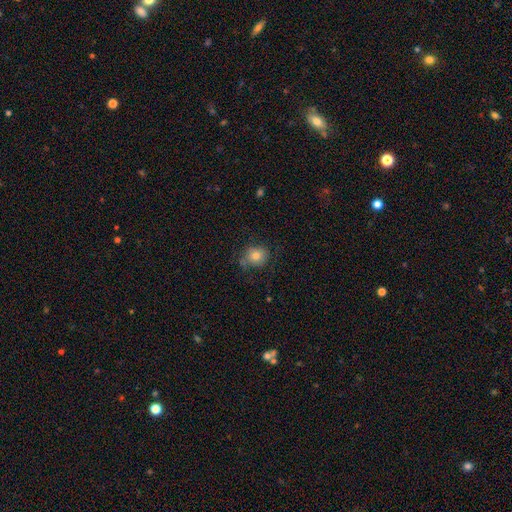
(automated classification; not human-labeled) Smooth or featured? smooth (77%)
How rounded? round (71%)
Merging? none (70%)